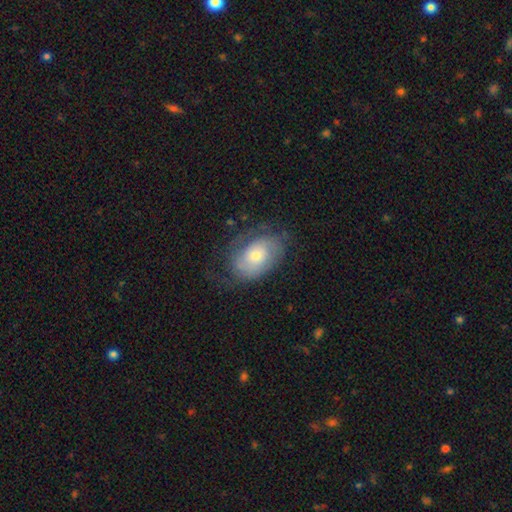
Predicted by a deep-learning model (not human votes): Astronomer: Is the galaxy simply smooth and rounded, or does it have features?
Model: featured or disk — 55% (runner-up: smooth, 37%).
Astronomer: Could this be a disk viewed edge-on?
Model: no — 95%.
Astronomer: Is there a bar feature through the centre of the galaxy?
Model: no — 80%.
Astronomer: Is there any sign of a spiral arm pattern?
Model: yes — 77%.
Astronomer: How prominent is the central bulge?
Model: moderate — 51% (runner-up: small, 40%).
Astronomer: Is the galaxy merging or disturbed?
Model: none — 60%.